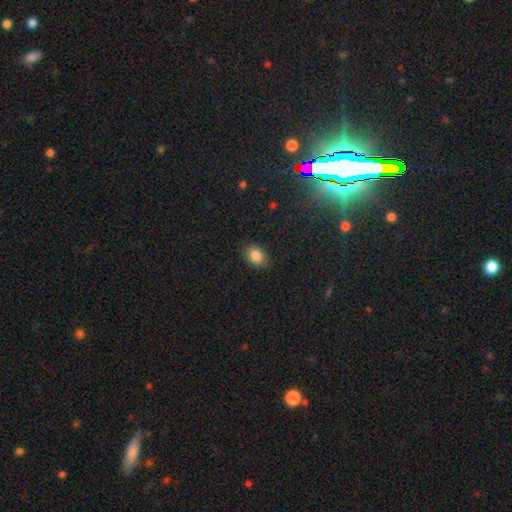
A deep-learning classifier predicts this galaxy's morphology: The model was most divided on "how rounded": in between: 71%, round: 28%, cigar-shaped: 1%. More confident: smooth or featured — smooth (86%); merging — none (86%).